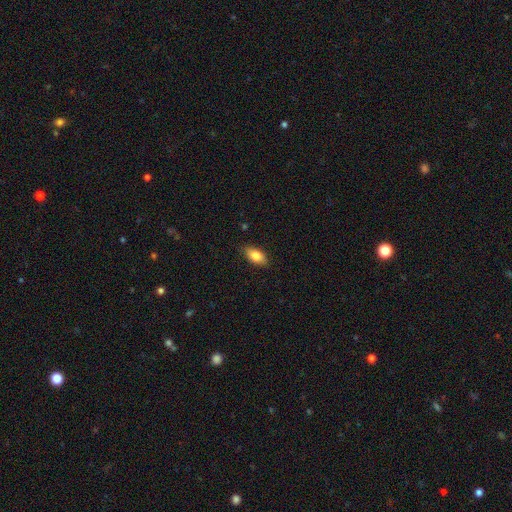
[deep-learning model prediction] Smooth or featured: smooth — 84% (featured or disk — 10%)
How rounded: in between — 89% (cigar-shaped — 7%)
Merging: none — 85% (minor disturbance — 11%)